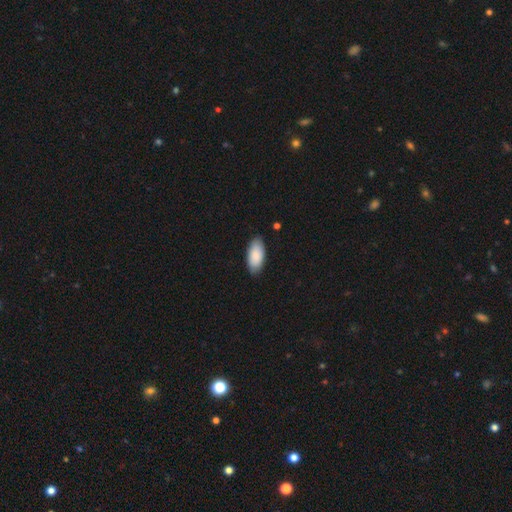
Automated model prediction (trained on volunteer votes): Smooth or featured? Predicted: smooth (p=0.84). How rounded? Predicted: in between (p=0.92). Merging? Predicted: none (p=0.83).